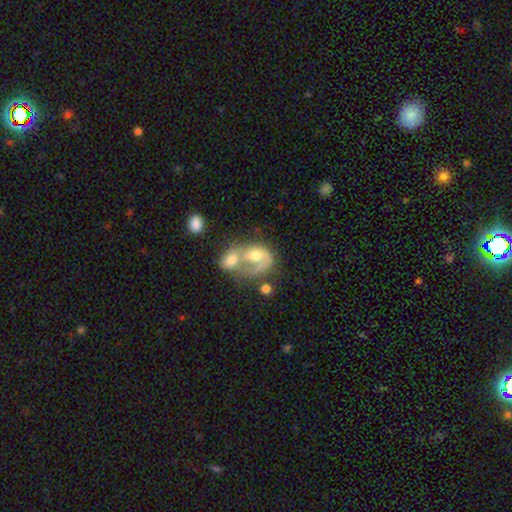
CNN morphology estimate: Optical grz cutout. It shows a featured or disk galaxy (58%) with no bar (69%), spiral arms (67%) and a moderate central bulge (66%). Merging: merger (72%).